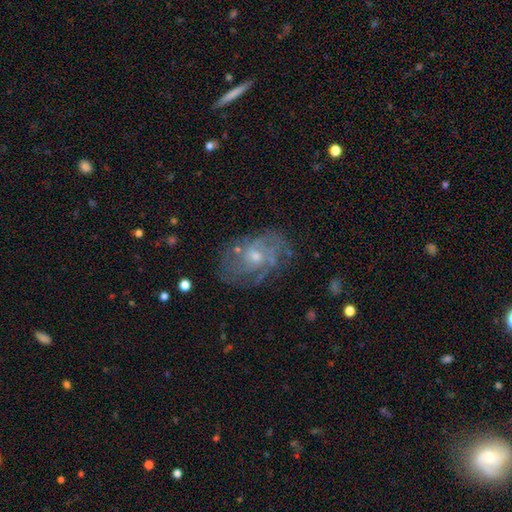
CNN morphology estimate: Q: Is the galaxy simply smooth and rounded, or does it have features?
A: featured or disk — 76%.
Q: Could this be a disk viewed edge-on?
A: no — 96%.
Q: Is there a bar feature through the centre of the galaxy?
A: no — 69%.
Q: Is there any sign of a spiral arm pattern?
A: yes — 82%.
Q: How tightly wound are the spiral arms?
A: tight — 45%.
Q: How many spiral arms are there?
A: can't tell — 46%.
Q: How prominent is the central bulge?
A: small — 55%.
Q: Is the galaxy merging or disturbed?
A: none — 65%.